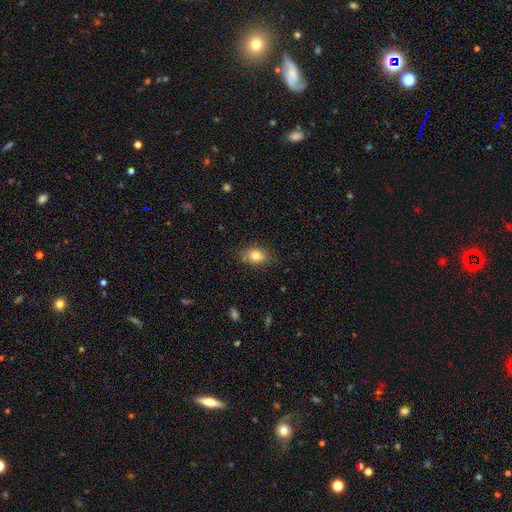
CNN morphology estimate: Overall: smooth (80%). How rounded: in between (74%). Merging: none (79%).